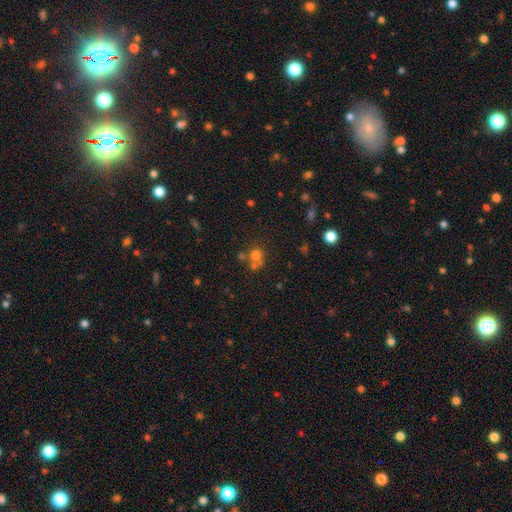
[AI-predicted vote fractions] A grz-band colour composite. It shows a smooth galaxy with no disk features (67%) that is round (84%). Merging: none (50%).